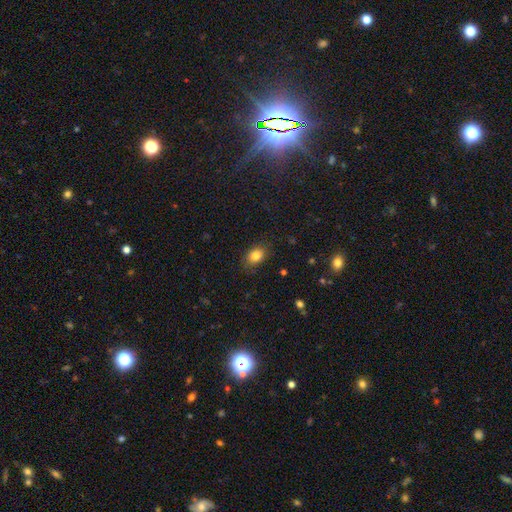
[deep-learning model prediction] This appears to be a smooth galaxy with no disk features (83%) that is in between round and cigar-shaped (71%). Merging: none (82%).